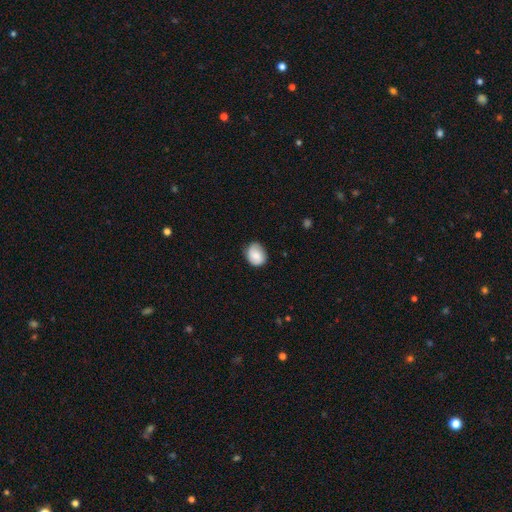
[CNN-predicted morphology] Smooth or featured?
  - smooth: 73% *
  - featured or disk: 20%
  - star or artifact: 7%
How rounded?
  - round: 57% *
  - in between: 43%
  - cigar-shaped: 1%
Merging?
  - none: 75% *
  - minor disturbance: 20%
  - major disturbance: 4%
  - merger: 1%